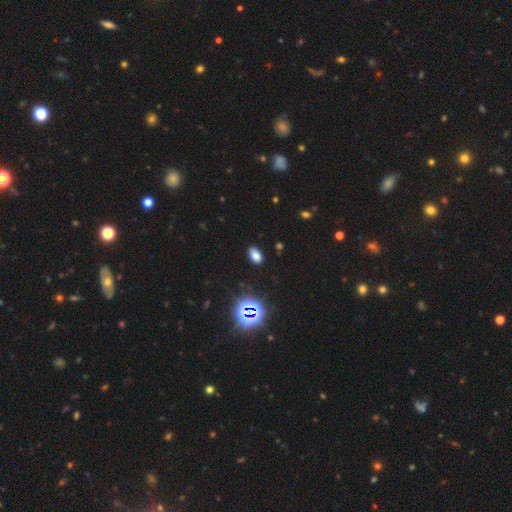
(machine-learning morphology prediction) Smooth or featured: smooth — 73% (star or artifact — 21%)
How rounded: in between — 91% (round — 7%)
Merging: none — 86% (minor disturbance — 10%)